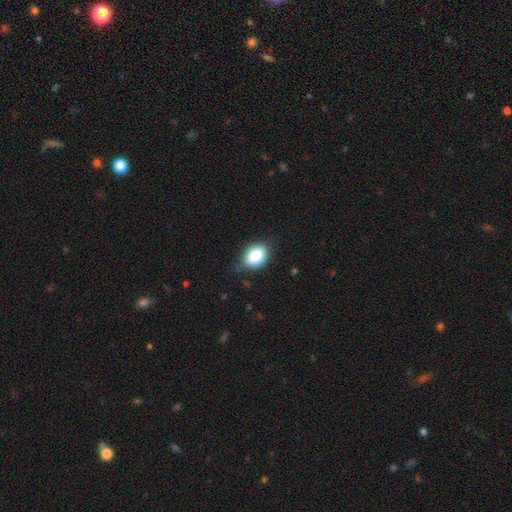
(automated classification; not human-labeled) smooth-or-featured: smooth: 83% | featured or disk: 9% | star or artifact: 8%
  how-rounded: in between: 76% | round: 23% | cigar-shaped: 1%
  merging: none: 72% | minor disturbance: 22% | major disturbance: 5% | merger: 1%